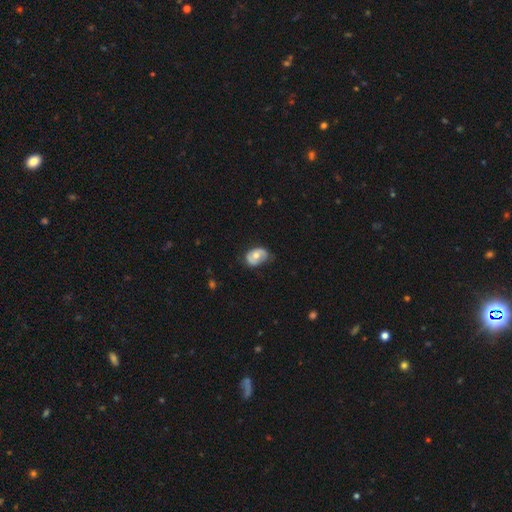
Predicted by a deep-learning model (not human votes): Smooth or featured? smooth (51%)
How rounded? in between (79%)
Merging? none (57%)